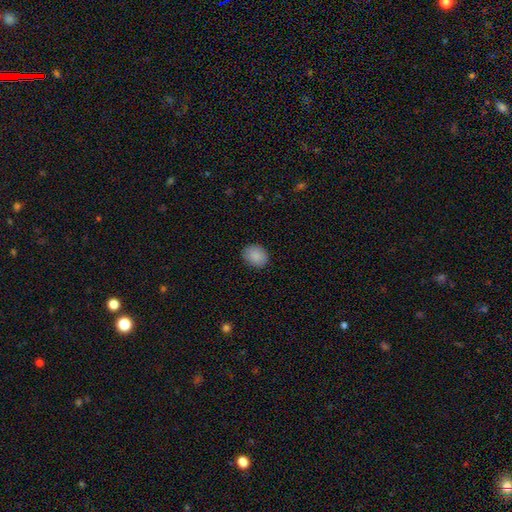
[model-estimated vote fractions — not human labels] Morphology: type=smooth (89%); roundness=in between (54%); merging=none (86%).